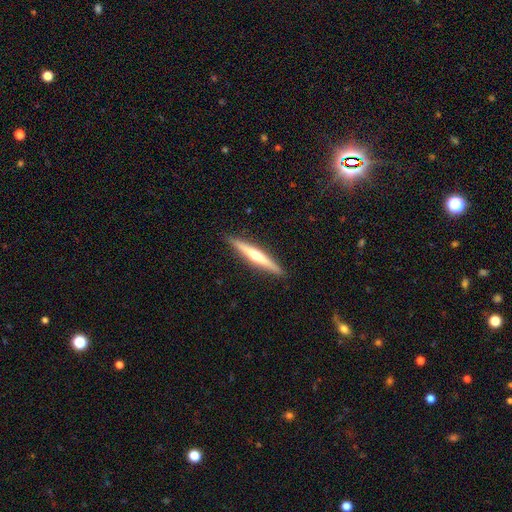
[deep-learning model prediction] Morphology: type=featured or disk (62%); edge-on=yes (97%); edge-on bulge=rounded (80%); merging=none (91%).